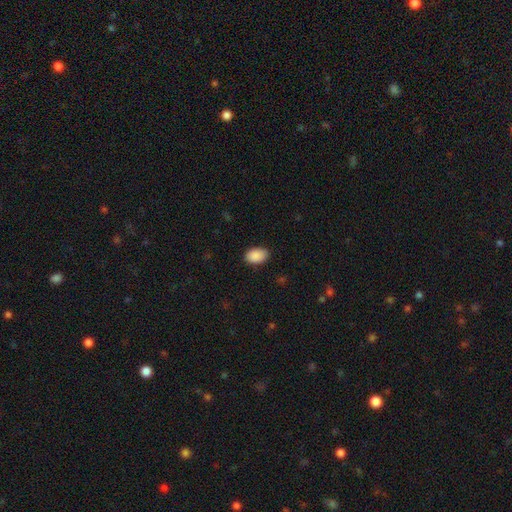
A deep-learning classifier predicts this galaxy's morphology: Smooth or featured: smooth — 90% (star or artifact — 7%)
How rounded: in between — 90% (round — 9%)
Merging: none — 86% (minor disturbance — 11%)